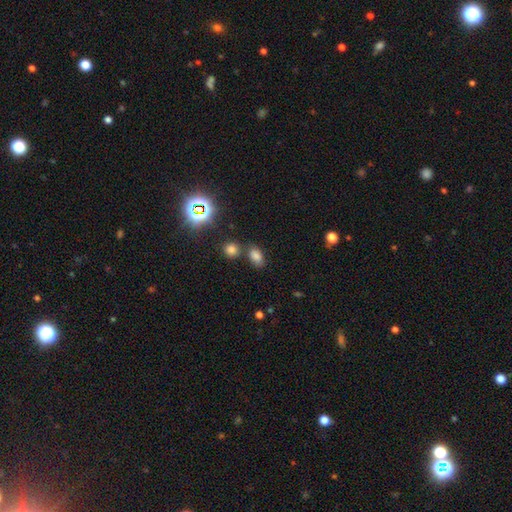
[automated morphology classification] Q: Smooth or featured?
A: smooth (73%); runner-up: star or artifact (19%)
Q: How rounded?
A: in between (83%); runner-up: round (15%)
Q: Merging?
A: none (66%); runner-up: merger (17%)